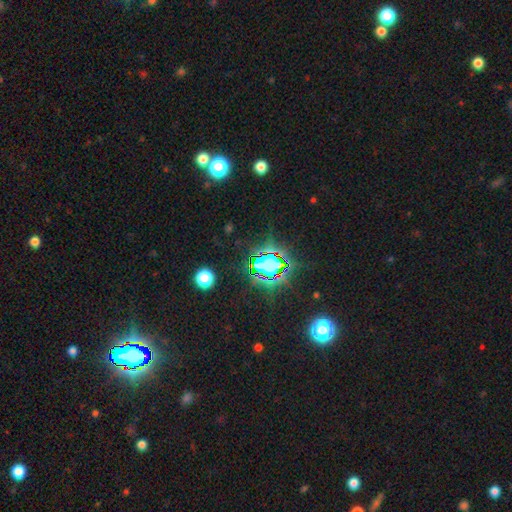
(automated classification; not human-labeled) Overall: star or artifact (80%).